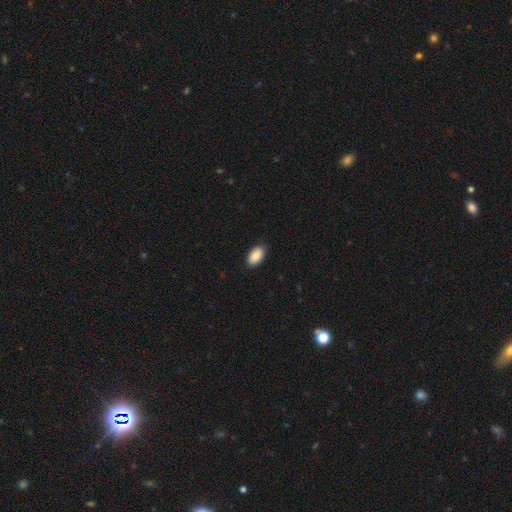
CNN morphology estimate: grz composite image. It shows a smooth galaxy with no disk features (88%) that is in between round and cigar-shaped (95%). Merging: none (87%).